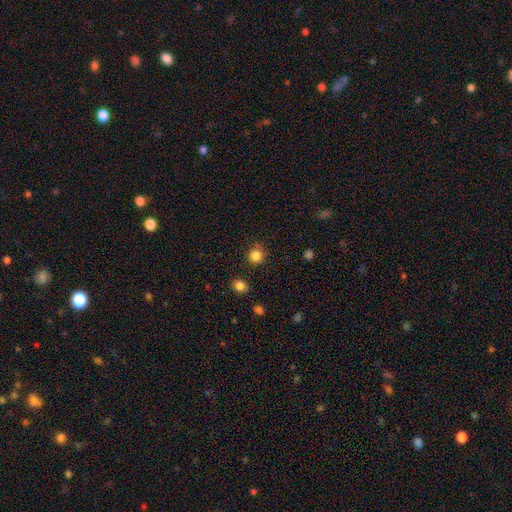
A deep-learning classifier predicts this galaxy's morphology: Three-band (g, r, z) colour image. It shows a smooth galaxy with no disk features (84%) that is round (92%). Merging: none (85%).